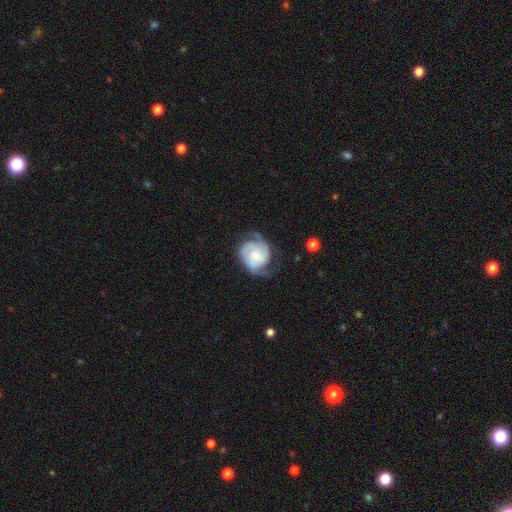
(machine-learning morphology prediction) featured or disk 76%, smooth 19%, star or artifact 6%. Down the decision tree: edge-on disk — no (98%); bar — no (68%); spiral arms — yes (94%); spiral arm count — 2 (59%); spiral winding — tight (46%); bulge size — small (42%); merging — none (57%).